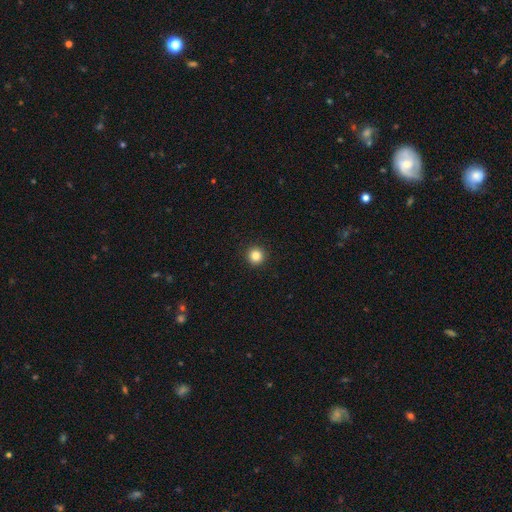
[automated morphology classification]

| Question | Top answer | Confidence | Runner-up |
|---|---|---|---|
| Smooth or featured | smooth | 84% | star or artifact (11%) |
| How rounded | round | 96% | in between (3%) |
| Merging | none | 94% | minor disturbance (4%) |